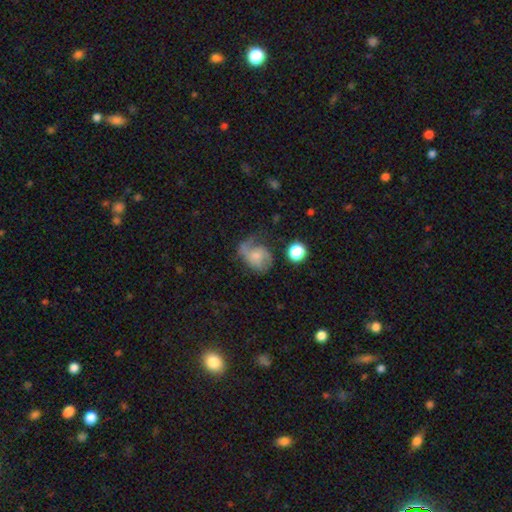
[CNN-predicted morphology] smooth_or_featured: featured or disk (p=0.61) [alt: smooth p=0.30]
disk_edge_on: no (p=0.97) [alt: yes p=0.03]
bar: no (p=0.67) [alt: weak p=0.28]
has_spiral_arms: yes (p=0.87) [alt: no p=0.13]
spiral_winding: medium (p=0.42) [alt: loose p=0.40]
spiral_arm_count: 2 (p=0.54) [alt: 1 p=0.27]
bulge_size: small (p=0.45) [alt: moderate p=0.34]
merging: none (p=0.39) [alt: major disturbance p=0.30]